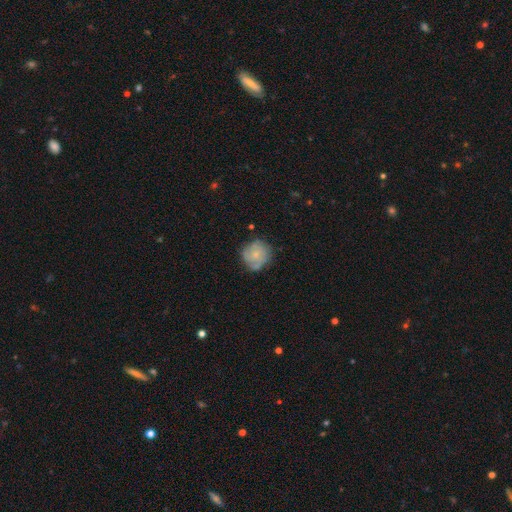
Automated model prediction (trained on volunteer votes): smooth 52%, featured or disk 40%, star or artifact 8%. Down the decision tree: how rounded — round (85%); merging — none (65%).